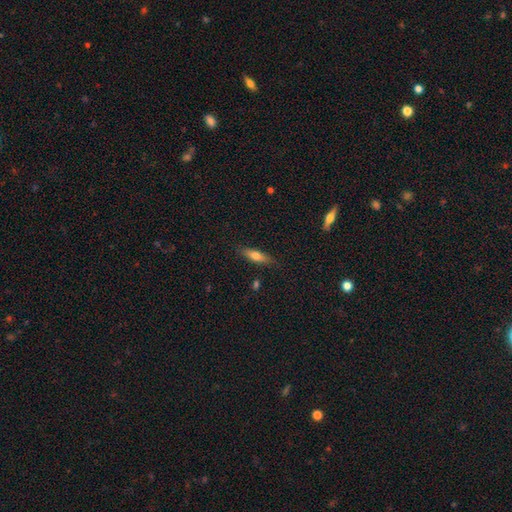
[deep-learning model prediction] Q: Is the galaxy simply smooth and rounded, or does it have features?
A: smooth — 66%.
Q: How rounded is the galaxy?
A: cigar-shaped — 56%.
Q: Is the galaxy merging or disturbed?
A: none — 84%.